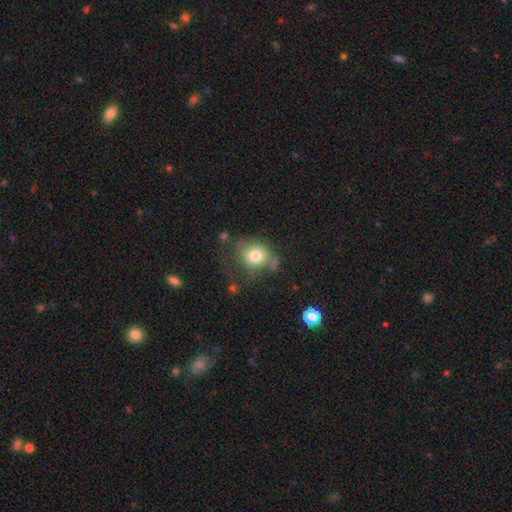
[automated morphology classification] Smooth or featured: smooth — 73% (featured or disk — 14%)
How rounded: round — 70% (in between — 29%)
Merging: none — 60% (minor disturbance — 22%)